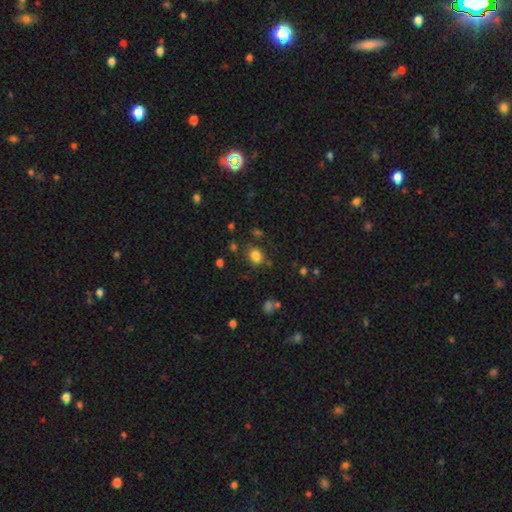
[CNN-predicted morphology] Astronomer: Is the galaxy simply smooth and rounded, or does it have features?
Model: smooth — 81%.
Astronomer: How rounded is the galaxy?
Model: round — 67%.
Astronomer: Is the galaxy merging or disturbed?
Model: none — 79%.